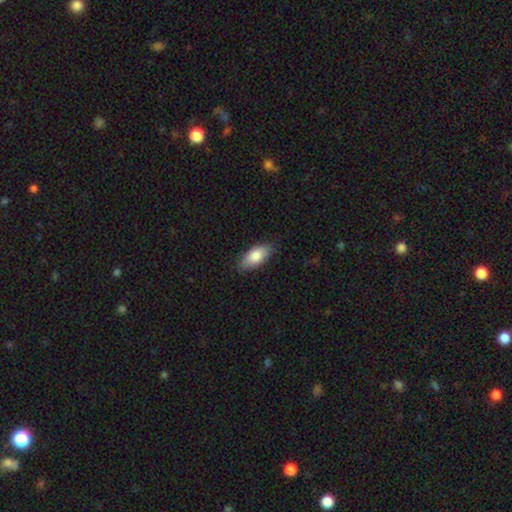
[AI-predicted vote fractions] The model was most divided on "merging": none: 83%, minor disturbance: 14%, major disturbance: 2%, merger: 1%. More confident: how rounded — in between (88%); smooth or featured — smooth (82%).